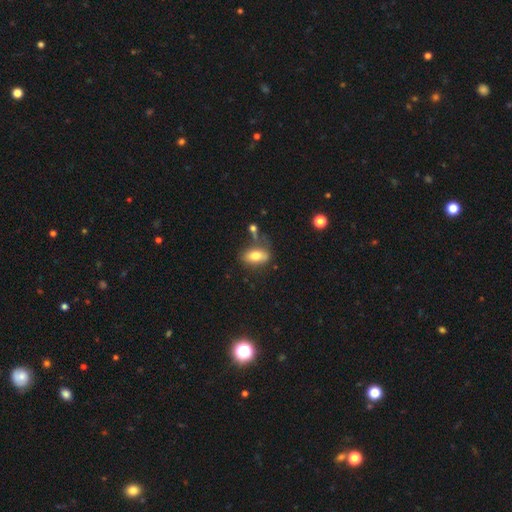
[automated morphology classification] A smooth galaxy with no disk features (73%) that is in between round and cigar-shaped (87%).

Vote fractions:
- Smooth or featured? smooth: 73% / featured or disk: 19% / star or artifact: 8%
- How rounded? in between: 87% / round: 8% / cigar-shaped: 6%
- Merging? none: 59% / minor disturbance: 20% / merger: 13% / major disturbance: 8%